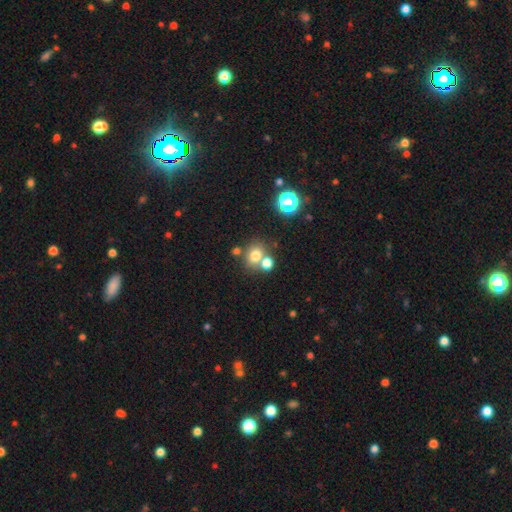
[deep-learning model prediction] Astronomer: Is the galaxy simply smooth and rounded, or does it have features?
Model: smooth — 74%.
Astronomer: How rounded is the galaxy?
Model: round — 68%.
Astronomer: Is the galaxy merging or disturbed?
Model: none — 57%.